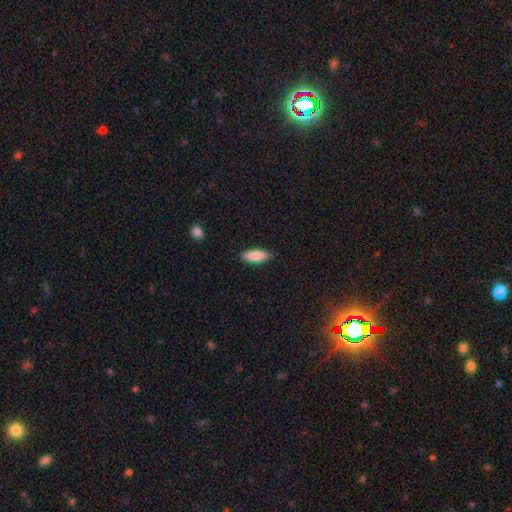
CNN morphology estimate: Q: Smooth or featured?
A: smooth (87%); runner-up: featured or disk (7%)
Q: How rounded?
A: in between (77%); runner-up: cigar-shaped (21%)
Q: Merging?
A: none (87%); runner-up: minor disturbance (10%)